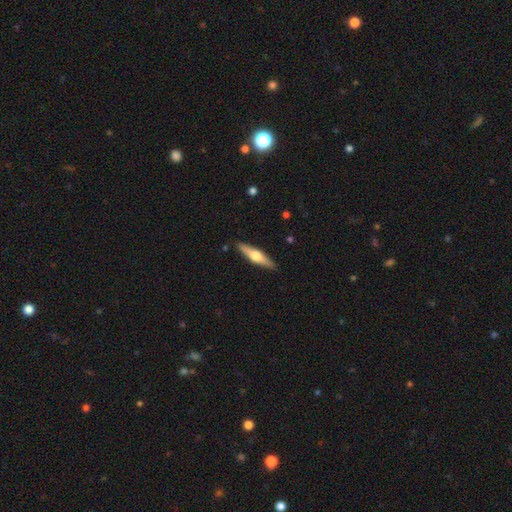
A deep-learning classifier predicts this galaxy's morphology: The model was most divided on "smooth or featured": featured or disk: 61%, smooth: 34%, star or artifact: 5%. More confident: edge-on disk — yes (96%); edge-on bulge — rounded (94%); merging — none (90%).